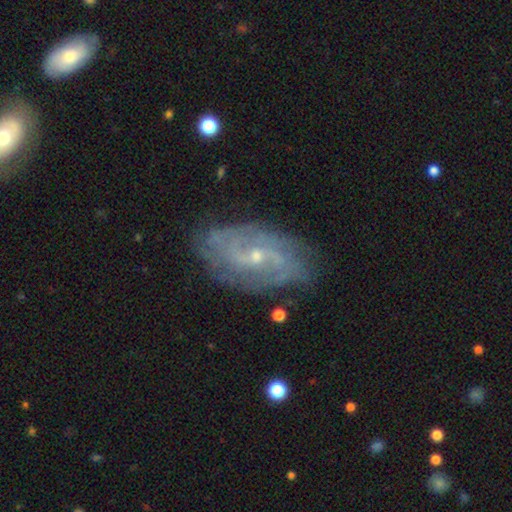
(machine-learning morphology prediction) A featured or disk galaxy (83%) with no bar (49%), 2 (41%) tight (43%) spiral arms (93%) and a small central bulge (74%).

Vote fractions:
- Smooth or featured? featured or disk: 83% / smooth: 10% / star or artifact: 7%
- Edge-on disk? no: 94% / yes: 6%
- Bar? no: 49% / weak: 41% / strong: 10%
- Spiral arms? yes: 93% / no: 7%
- Spiral winding? tight: 43% / medium: 40% / loose: 17%
- Spiral arm count? 2: 41% / can't tell: 30% / 3: 12% / 4: 7% / more than 4: 5% / 1: 5%
- Bulge size? small: 74% / moderate: 23% / none: 1% / large: 1% / dominant: 1%
- Merging? none: 77% / minor disturbance: 17% / major disturbance: 5% / merger: 2%